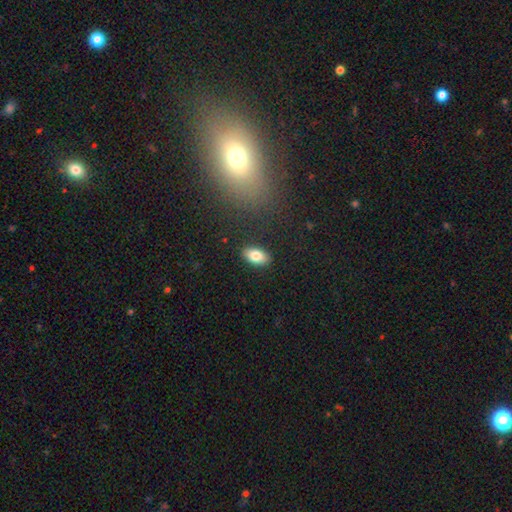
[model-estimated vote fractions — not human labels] Smooth or featured? smooth (82%)
How rounded? in between (91%)
Merging? none (89%)